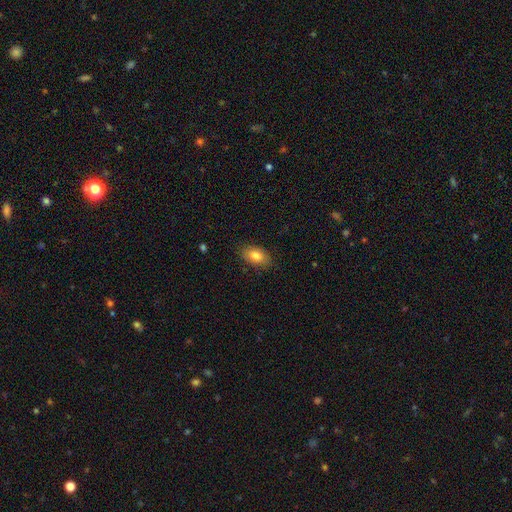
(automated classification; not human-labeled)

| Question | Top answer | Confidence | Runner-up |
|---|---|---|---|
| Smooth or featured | smooth | 81% | featured or disk (11%) |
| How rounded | in between | 89% | round (9%) |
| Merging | none | 83% | minor disturbance (13%) |